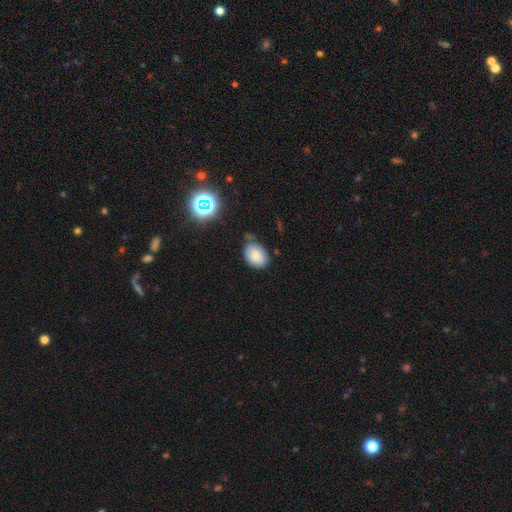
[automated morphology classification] Q: Smooth or featured?
A: smooth (80%); runner-up: star or artifact (11%)
Q: How rounded?
A: in between (78%); runner-up: round (21%)
Q: Merging?
A: none (71%); runner-up: minor disturbance (21%)